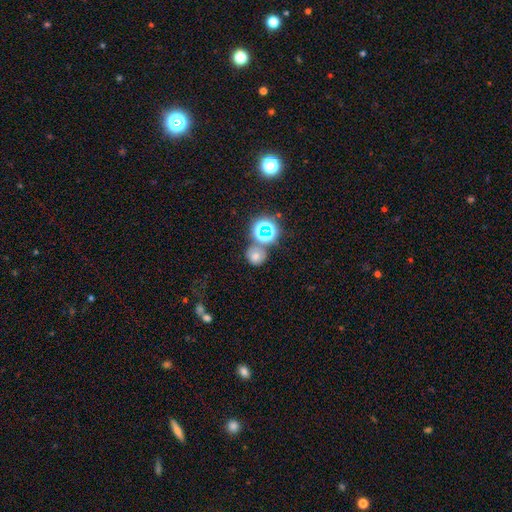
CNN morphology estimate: This is likely a smooth galaxy (65%). How rounded: clearly round (87%). Merging: likely none (66%).